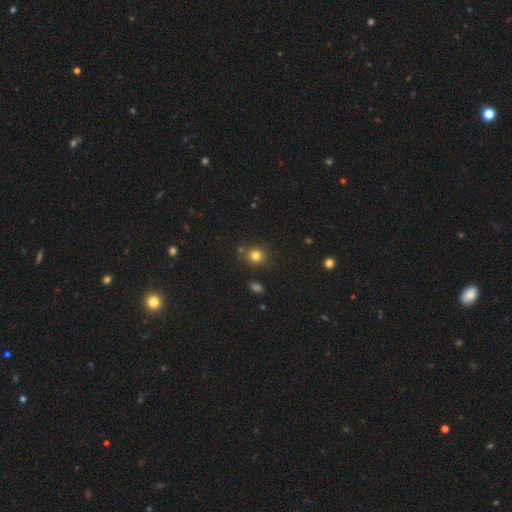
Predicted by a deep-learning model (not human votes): The model was most divided on "smooth or featured": smooth: 78%, star or artifact: 15%, featured or disk: 7%. More confident: merging — none (82%); how rounded — round (82%).